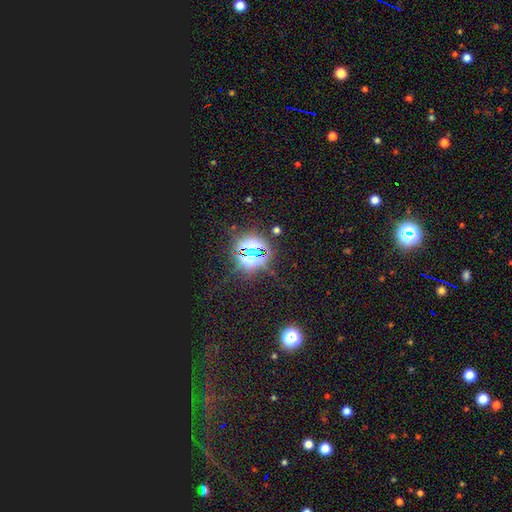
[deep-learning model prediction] Smooth or featured? star or artifact (75%)